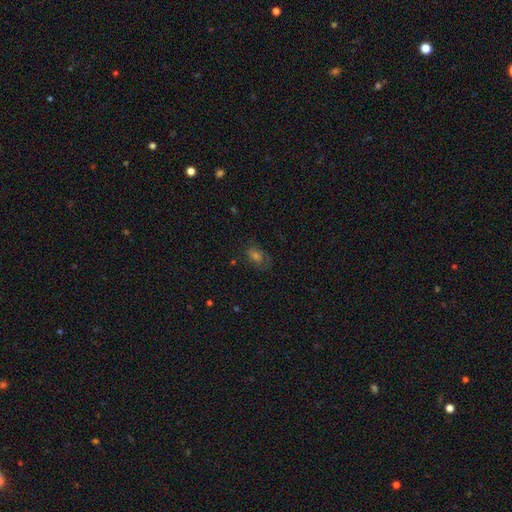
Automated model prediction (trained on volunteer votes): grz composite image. It shows a smooth galaxy with no disk features (49%). Merging: none (74%).